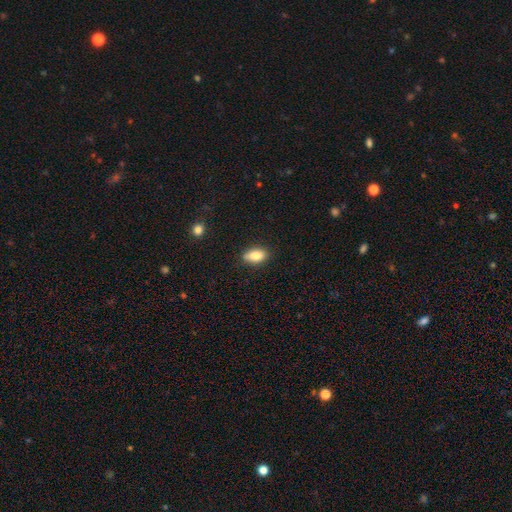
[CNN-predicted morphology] Smooth or featured? Predicted: smooth (p=0.82). How rounded? Predicted: in between (p=0.87). Merging? Predicted: none (p=0.79).